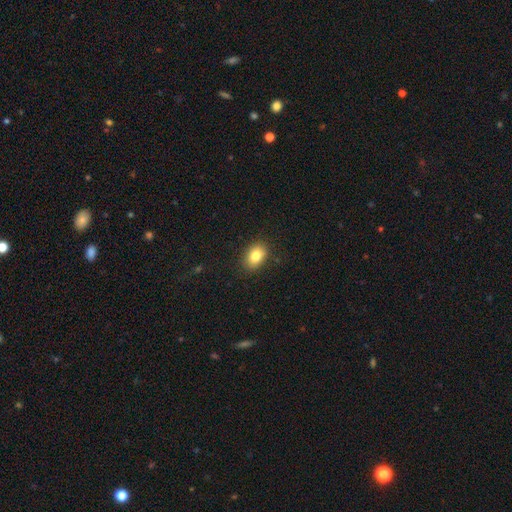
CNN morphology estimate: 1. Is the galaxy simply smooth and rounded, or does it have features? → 82% smooth, 9% featured or disk, 9% star or artifact.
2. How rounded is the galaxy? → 79% in between, 20% round, 1% cigar-shaped.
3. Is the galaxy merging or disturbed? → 87% none, 10% minor disturbance, 2% major disturbance, 1% merger.